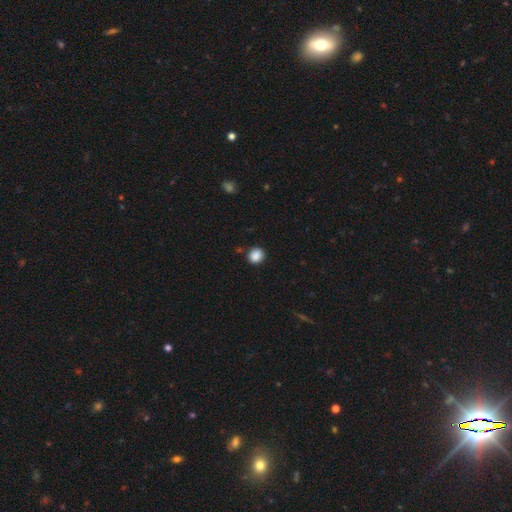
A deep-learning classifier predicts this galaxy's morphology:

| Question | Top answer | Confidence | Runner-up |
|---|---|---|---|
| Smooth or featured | smooth | 88% | star or artifact (9%) |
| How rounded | round | 79% | in between (20%) |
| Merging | none | 87% | minor disturbance (9%) |